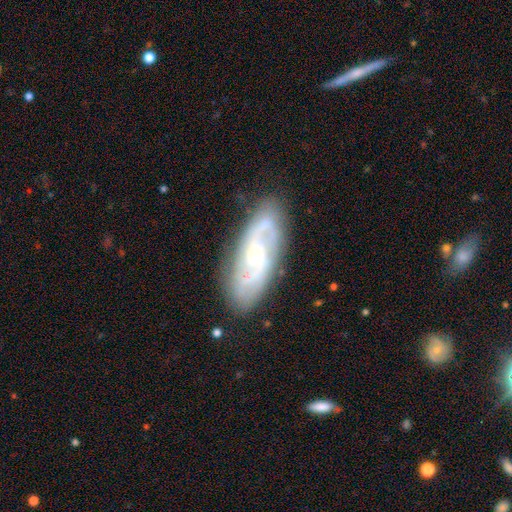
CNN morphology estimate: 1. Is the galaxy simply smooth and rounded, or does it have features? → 80% featured or disk, 14% smooth, 6% star or artifact.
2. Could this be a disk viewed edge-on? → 90% no, 10% yes.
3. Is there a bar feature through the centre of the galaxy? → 58% no, 34% weak, 8% strong.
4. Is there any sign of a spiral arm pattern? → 91% yes, 9% no.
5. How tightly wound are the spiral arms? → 42% medium (tied), 42% tight (tied), 16% loose.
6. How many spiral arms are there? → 57% 2, 24% can't tell, 10% 3, 3% 4, 3% 1, 2% more than 4.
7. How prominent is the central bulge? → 55% small, 41% moderate, 2% large, 1% none, 1% dominant.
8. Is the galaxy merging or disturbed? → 81% none, 14% minor disturbance, 4% major disturbance, 1% merger.